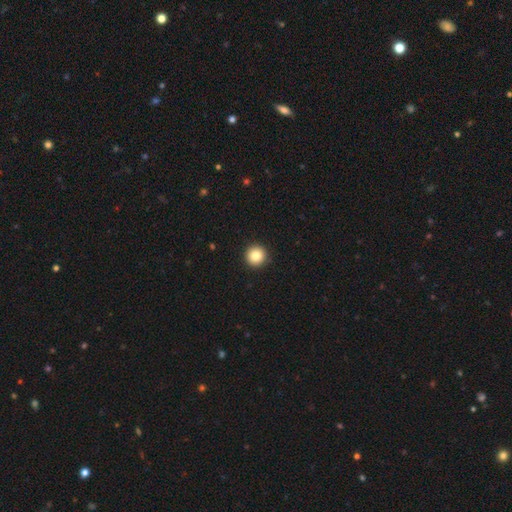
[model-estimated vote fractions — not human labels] A smooth galaxy with no disk features (83%) that is round (96%).

Vote fractions:
- Smooth or featured? smooth: 83% / star or artifact: 10% / featured or disk: 7%
- How rounded? round: 96% / in between: 3% / cigar-shaped: 1%
- Merging? none: 94% / minor disturbance: 4% / major disturbance: 1% / merger: 1%